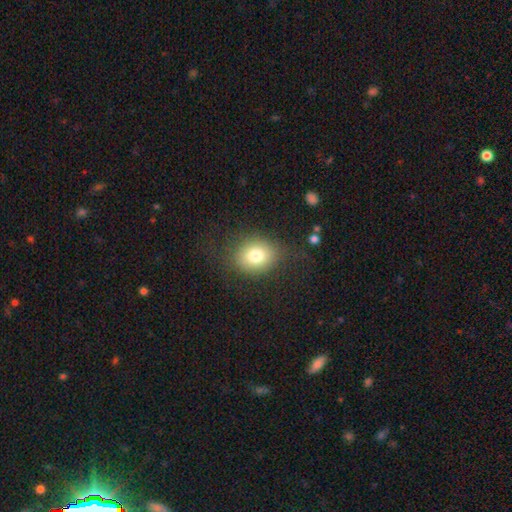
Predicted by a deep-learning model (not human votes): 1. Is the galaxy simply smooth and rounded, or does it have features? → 78% smooth, 11% featured or disk, 11% star or artifact.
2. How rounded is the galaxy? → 53% round, 46% in between, 1% cigar-shaped.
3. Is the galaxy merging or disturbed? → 77% none, 14% minor disturbance, 8% major disturbance, 1% merger.